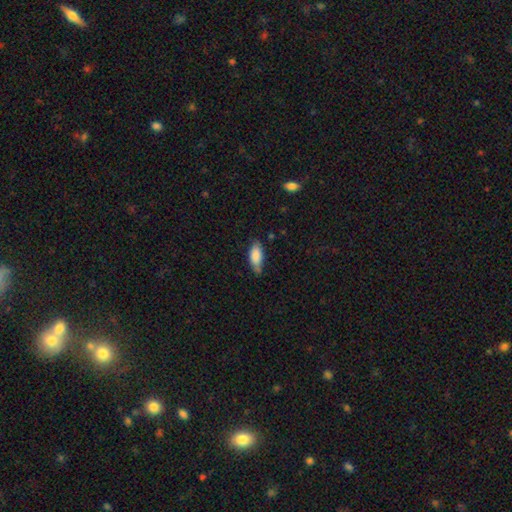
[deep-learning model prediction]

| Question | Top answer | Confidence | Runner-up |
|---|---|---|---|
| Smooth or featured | smooth | 85% | featured or disk (9%) |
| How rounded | in between | 85% | cigar-shaped (13%) |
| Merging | none | 60% | minor disturbance (31%) |